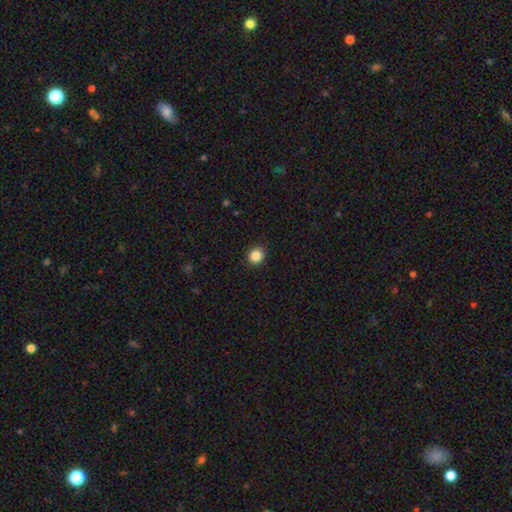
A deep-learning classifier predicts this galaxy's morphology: type=smooth (87%); roundness=round (86%); merging=none (92%).